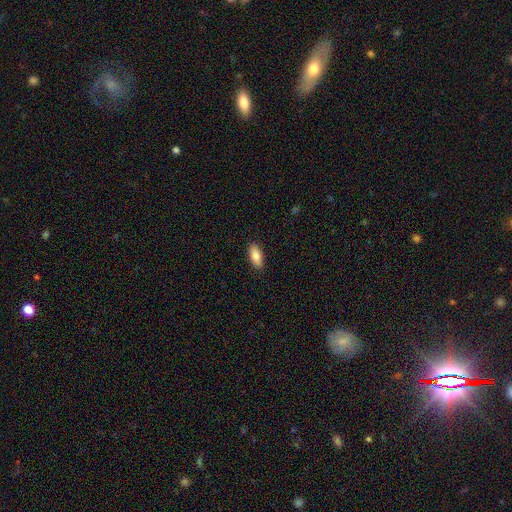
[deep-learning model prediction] Smooth or featured?
  - smooth: 85% *
  - featured or disk: 9%
  - star or artifact: 6%
How rounded?
  - in between: 84% *
  - cigar-shaped: 14%
  - round: 2%
Merging?
  - none: 89% *
  - minor disturbance: 8%
  - major disturbance: 2%
  - merger: 1%